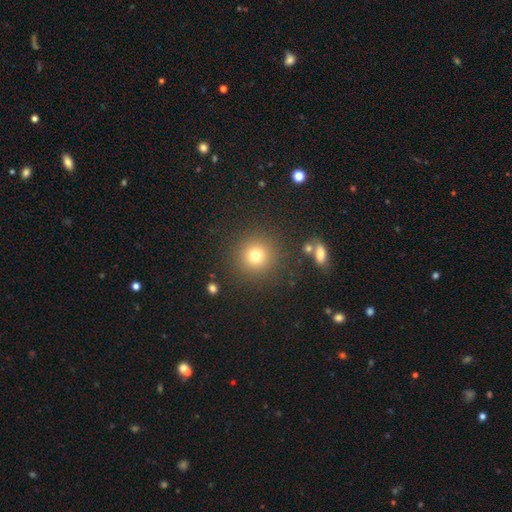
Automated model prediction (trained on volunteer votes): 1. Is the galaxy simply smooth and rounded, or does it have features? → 76% smooth, 15% star or artifact, 9% featured or disk.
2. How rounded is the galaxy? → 94% round, 5% in between, 1% cigar-shaped.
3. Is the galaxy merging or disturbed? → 88% none, 6% minor disturbance, 3% major disturbance, 2% merger.